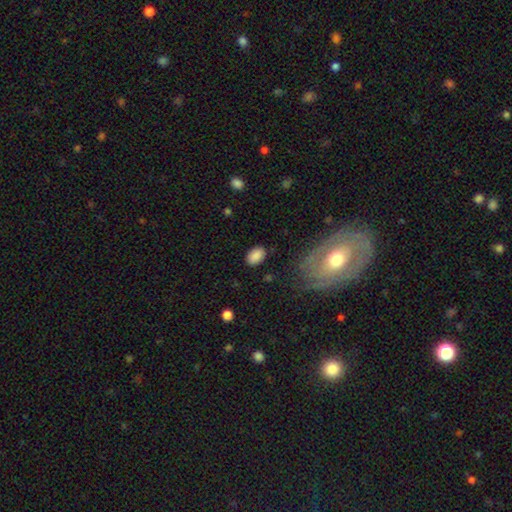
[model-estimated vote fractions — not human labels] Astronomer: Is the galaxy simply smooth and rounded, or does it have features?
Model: smooth — 87%.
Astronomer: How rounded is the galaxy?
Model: in between — 84%.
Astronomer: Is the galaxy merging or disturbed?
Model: none — 83%.